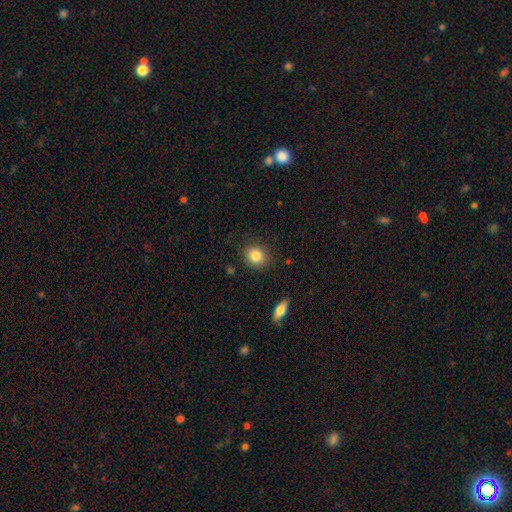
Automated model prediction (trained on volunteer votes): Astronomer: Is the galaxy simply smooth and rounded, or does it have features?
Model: smooth — 84%.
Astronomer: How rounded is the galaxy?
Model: round — 76%.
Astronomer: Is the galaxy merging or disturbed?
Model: none — 88%.